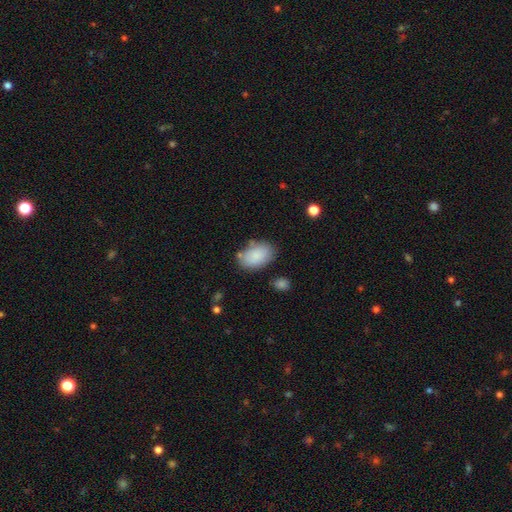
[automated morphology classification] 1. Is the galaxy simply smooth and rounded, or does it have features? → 86% smooth, 8% featured or disk, 6% star or artifact.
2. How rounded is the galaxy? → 90% in between, 8% round, 1% cigar-shaped.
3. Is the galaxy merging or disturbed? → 70% none, 19% minor disturbance, 6% merger, 5% major disturbance.